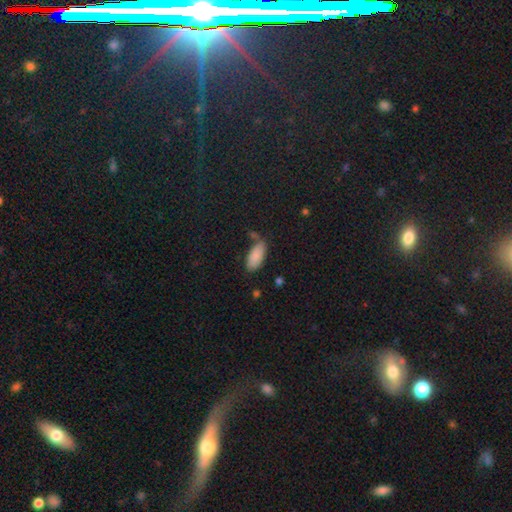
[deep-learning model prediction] A smooth galaxy with no disk features (87%) that is in between round and cigar-shaped (89%). Merging: none (62%).